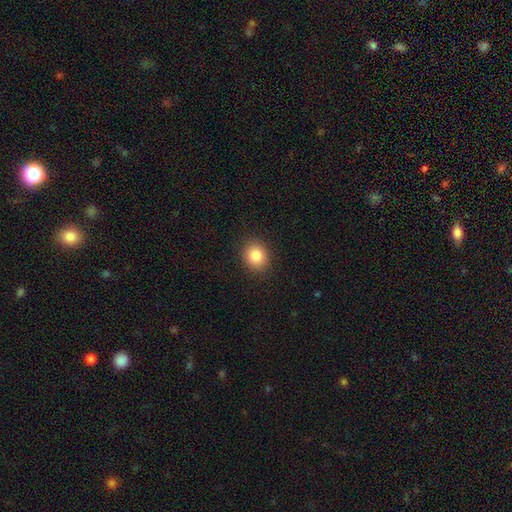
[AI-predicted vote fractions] Smooth or featured? smooth (86%)
How rounded? round (70%)
Merging? none (90%)